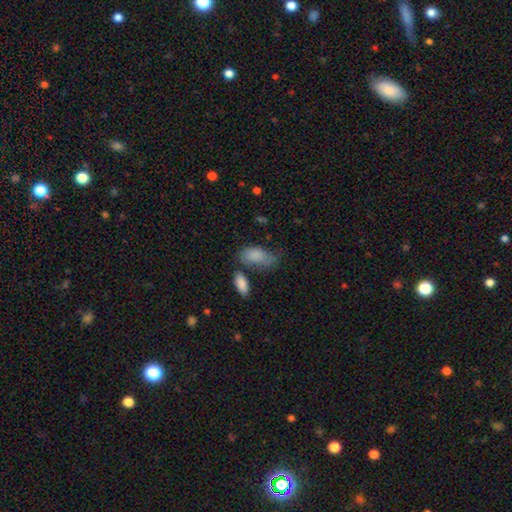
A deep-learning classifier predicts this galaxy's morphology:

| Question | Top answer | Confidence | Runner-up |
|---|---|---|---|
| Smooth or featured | smooth | 83% | featured or disk (10%) |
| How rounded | in between | 91% | cigar-shaped (5%) |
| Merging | none | 37% | minor disturbance (29%) |